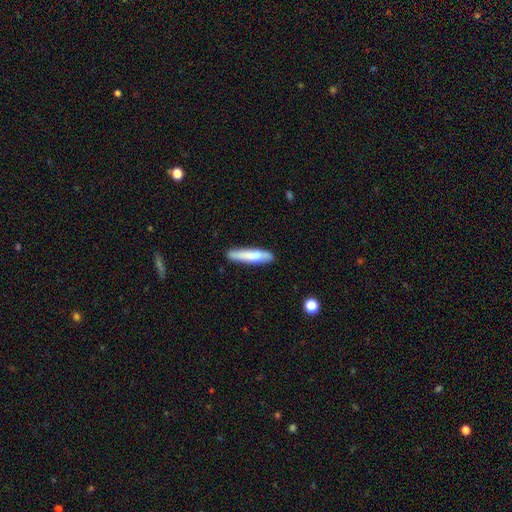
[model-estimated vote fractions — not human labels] smooth_or_featured: smooth (p=0.68) [alt: featured or disk p=0.26]
how_rounded: cigar-shaped (p=0.91) [alt: in between p=0.08]
merging: none (p=0.80) [alt: minor disturbance p=0.15]